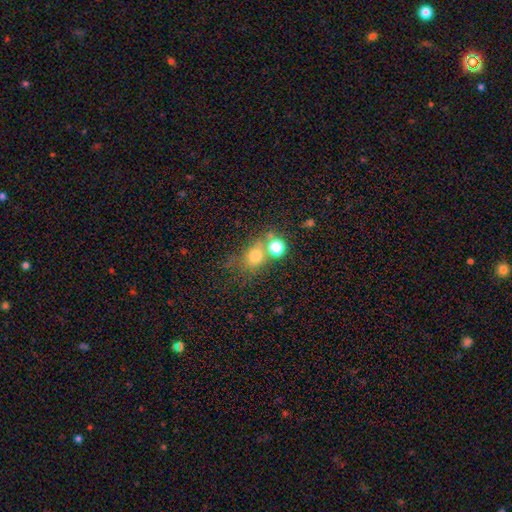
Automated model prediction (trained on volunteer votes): The model was most divided on "merging": none: 49%, merger: 31%, minor disturbance: 12%, major disturbance: 7%. More confident: smooth or featured — smooth (70%); how rounded — round (67%).